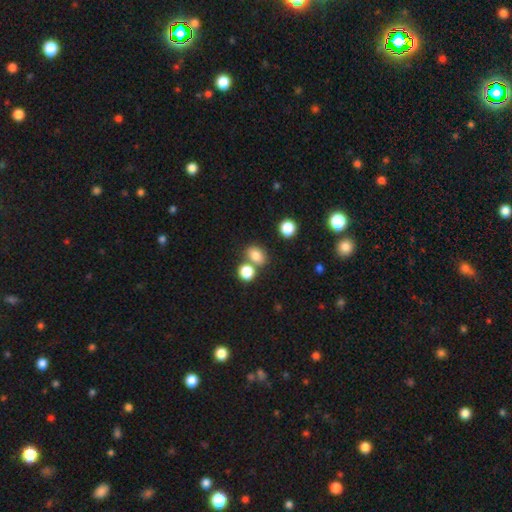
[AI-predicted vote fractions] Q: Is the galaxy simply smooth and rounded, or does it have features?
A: smooth — 81%.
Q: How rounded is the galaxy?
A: in between — 63%.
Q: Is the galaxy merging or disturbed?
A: none — 60%.